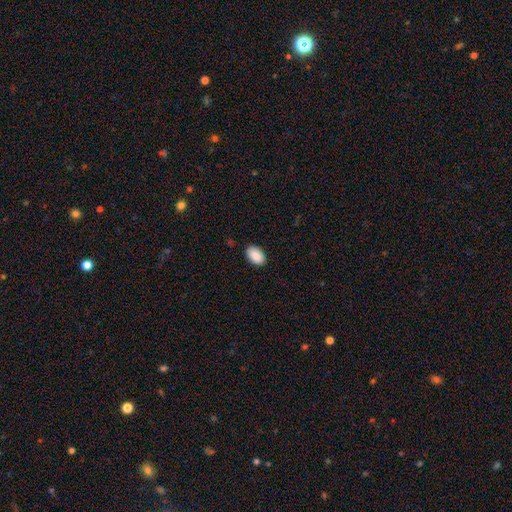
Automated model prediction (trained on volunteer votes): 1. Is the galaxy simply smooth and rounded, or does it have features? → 91% smooth, 6% star or artifact, 3% featured or disk.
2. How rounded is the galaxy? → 94% in between, 5% round, 1% cigar-shaped.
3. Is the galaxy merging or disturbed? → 88% none, 9% minor disturbance, 2% major disturbance, 1% merger.